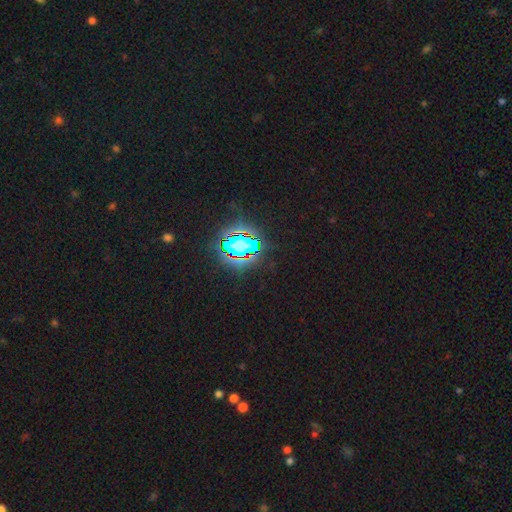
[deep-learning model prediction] smooth-or-featured: star or artifact: 78% | smooth: 13% | featured or disk: 9%